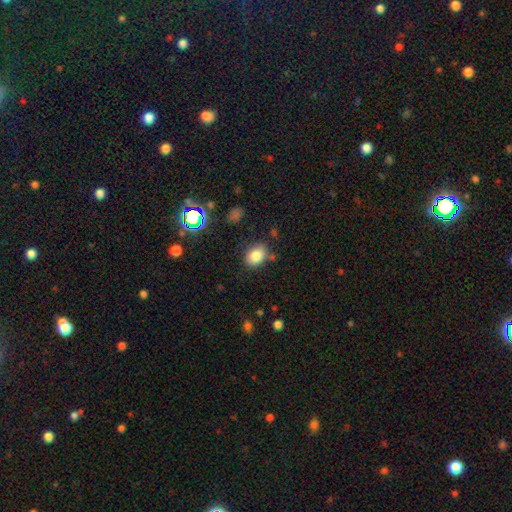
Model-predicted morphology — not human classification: The model was most divided on "how rounded": in between: 66%, round: 33%, cigar-shaped: 1%. More confident: smooth or featured — smooth (83%); merging — none (78%).